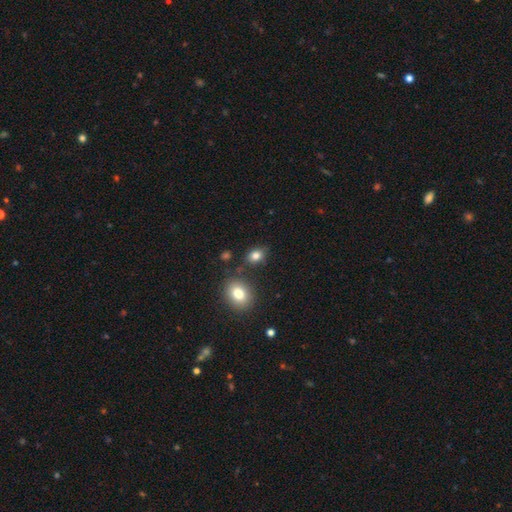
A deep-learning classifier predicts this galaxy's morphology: Smooth or featured: smooth — 82% (star or artifact — 11%)
How rounded: in between — 59% (round — 39%)
Merging: none — 76% (minor disturbance — 13%)